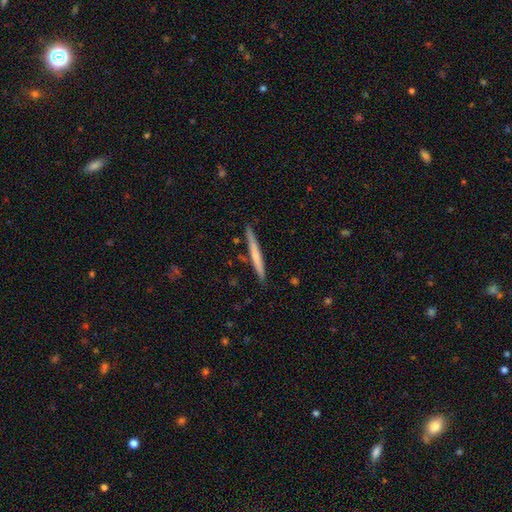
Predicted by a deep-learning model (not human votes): smooth_or_featured: smooth (p=0.53) [alt: featured or disk p=0.42]
how_rounded: cigar-shaped (p=0.97) [alt: in between p=0.02]
merging: none (p=0.89) [alt: minor disturbance p=0.08]